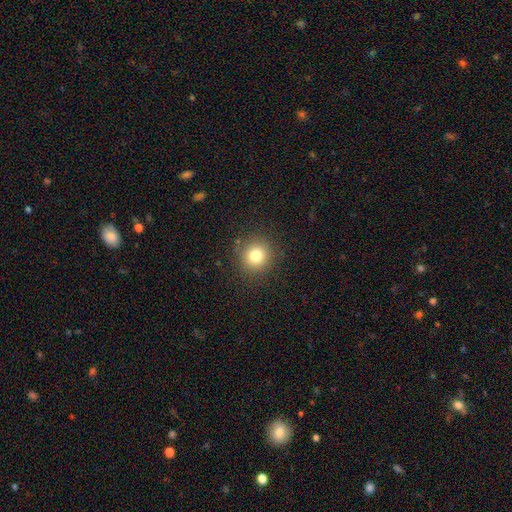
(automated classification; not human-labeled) Smooth or featured? smooth (79%)
How rounded? round (92%)
Merging? none (89%)